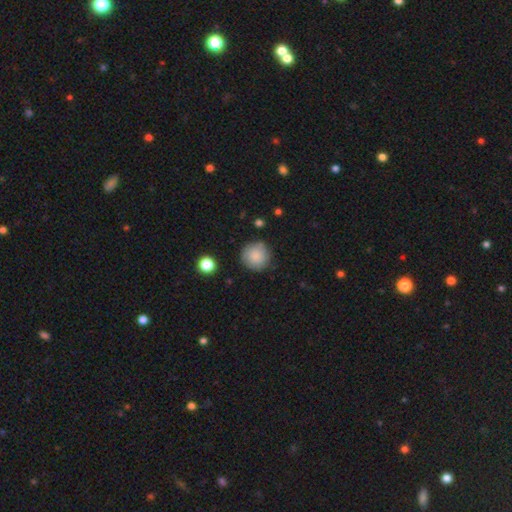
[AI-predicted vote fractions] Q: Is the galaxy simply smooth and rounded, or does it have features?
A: smooth — 85%.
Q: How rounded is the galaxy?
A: round — 94%.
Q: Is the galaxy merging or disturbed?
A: none — 83%.